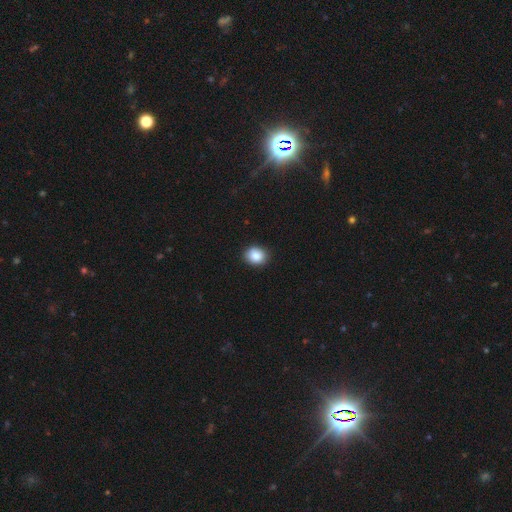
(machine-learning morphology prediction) Smooth or featured? Predicted: smooth (p=0.87). How rounded? Predicted: round (p=0.61). Merging? Predicted: none (p=0.88).